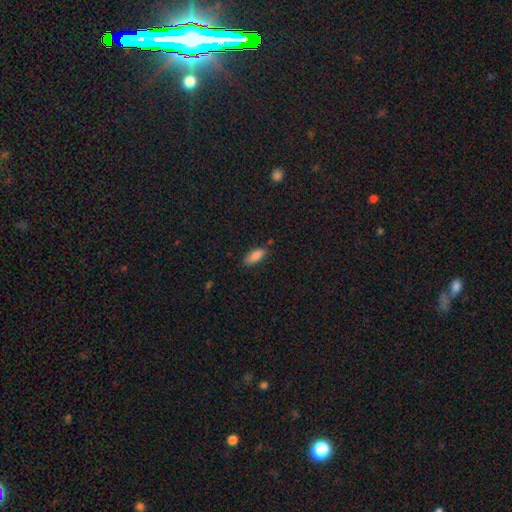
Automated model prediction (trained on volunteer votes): The model was most divided on "how rounded": in between: 79%, cigar-shaped: 19%, round: 2%. More confident: smooth or featured — smooth (86%); merging — none (82%).